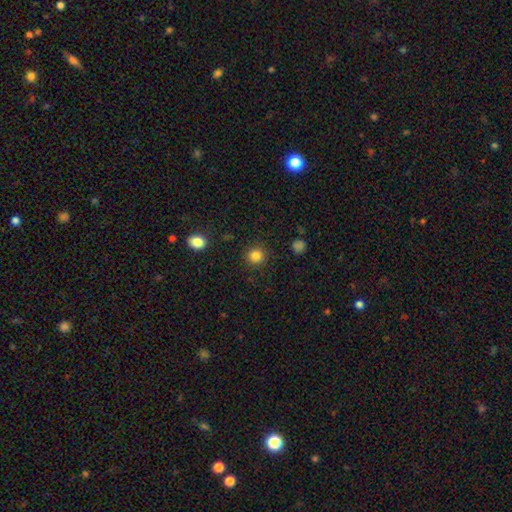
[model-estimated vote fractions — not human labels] A smooth galaxy with no disk features (83%) that is round (92%). Merging: none (91%).